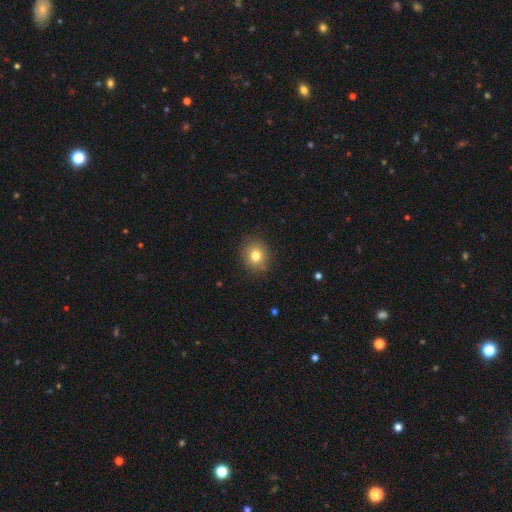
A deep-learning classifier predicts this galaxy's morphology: smooth-or-featured: smooth: 80% | star or artifact: 11% | featured or disk: 9%
  how-rounded: round: 74% | in between: 26% | cigar-shaped: 1%
  merging: none: 86% | minor disturbance: 10% | major disturbance: 3% | merger: 1%